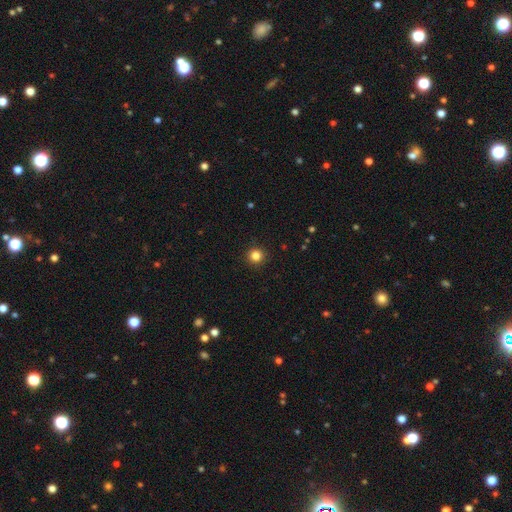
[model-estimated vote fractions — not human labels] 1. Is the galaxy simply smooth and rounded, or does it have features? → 84% smooth, 12% star or artifact, 4% featured or disk.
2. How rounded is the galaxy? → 95% round, 4% in between, 1% cigar-shaped.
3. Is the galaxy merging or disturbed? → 93% none, 5% minor disturbance, 2% major disturbance, 1% merger.